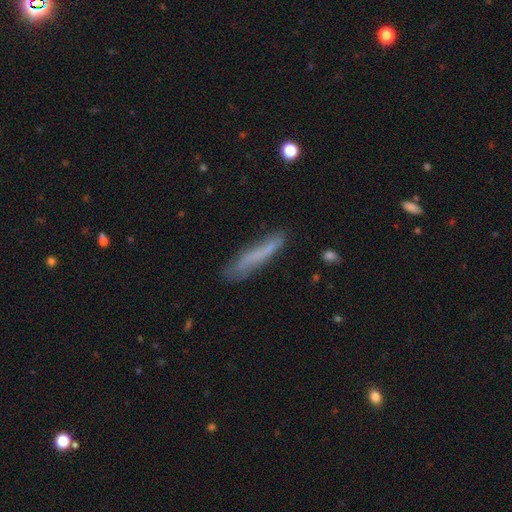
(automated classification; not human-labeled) Smooth or featured? smooth (61%)
How rounded? cigar-shaped (89%)
Merging? none (70%)